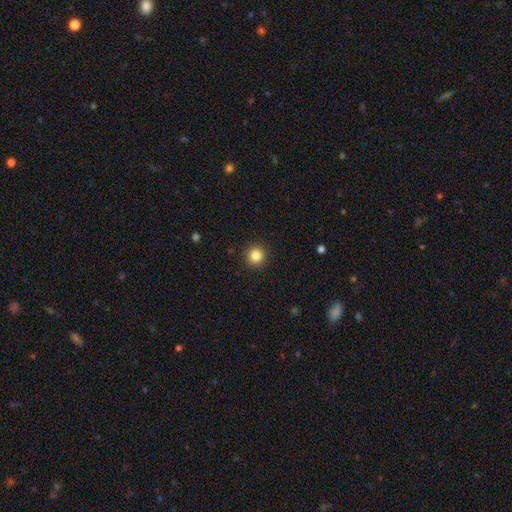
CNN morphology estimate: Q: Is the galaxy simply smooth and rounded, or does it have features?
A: smooth — 84%.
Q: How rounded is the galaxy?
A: round — 95%.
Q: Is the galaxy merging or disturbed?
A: none — 92%.